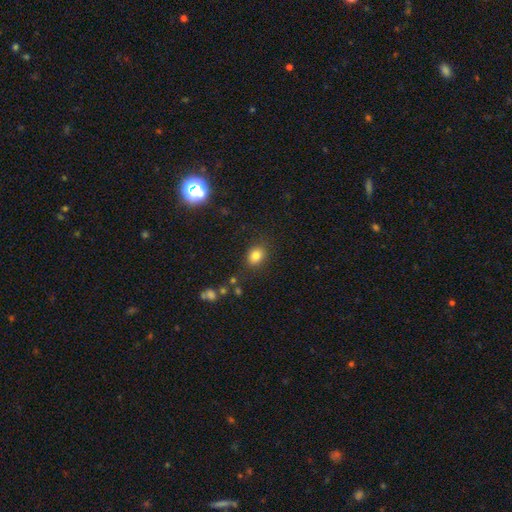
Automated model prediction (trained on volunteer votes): A smooth galaxy with no disk features (81%) that is in between round and cigar-shaped (50%).

Vote fractions:
- Smooth or featured? smooth: 81% / star or artifact: 12% / featured or disk: 7%
- How rounded? in between: 50% / round: 49% / cigar-shaped: 1%
- Merging? none: 82% / minor disturbance: 12% / major disturbance: 4% / merger: 2%